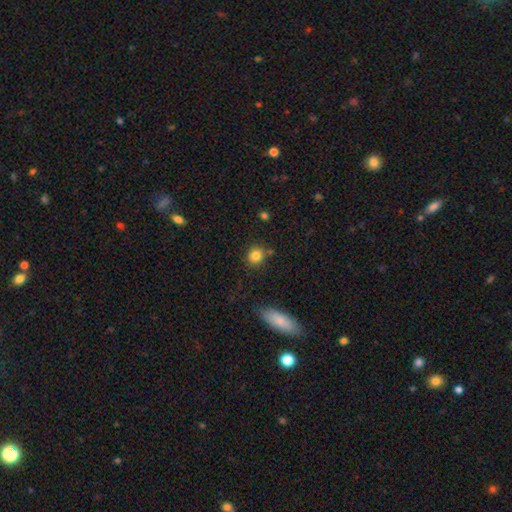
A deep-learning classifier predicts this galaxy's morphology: Overall: smooth (84%). How rounded: round (85%). Merging: none (81%).